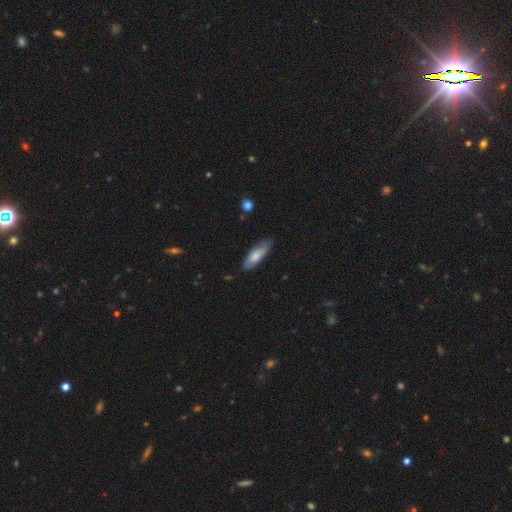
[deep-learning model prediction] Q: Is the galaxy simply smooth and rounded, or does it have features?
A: smooth — 67%.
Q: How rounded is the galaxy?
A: in between — 52%.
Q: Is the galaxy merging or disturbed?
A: none — 75%.